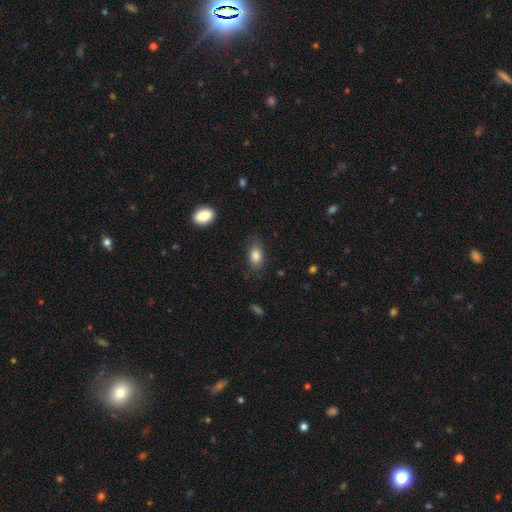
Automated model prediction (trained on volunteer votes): Smooth or featured?
  - smooth: 84% *
  - featured or disk: 8%
  - star or artifact: 8%
How rounded?
  - in between: 87% *
  - round: 9%
  - cigar-shaped: 4%
Merging?
  - none: 79% *
  - minor disturbance: 16%
  - major disturbance: 4%
  - merger: 1%